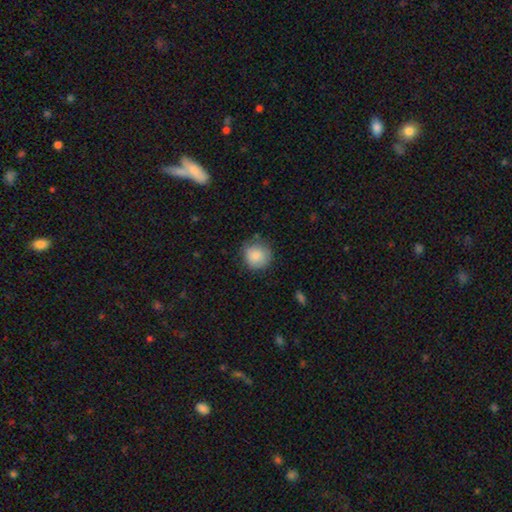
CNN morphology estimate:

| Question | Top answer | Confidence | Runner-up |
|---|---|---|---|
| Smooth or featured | smooth | 87% | star or artifact (7%) |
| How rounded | round | 90% | in between (10%) |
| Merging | none | 78% | minor disturbance (16%) |